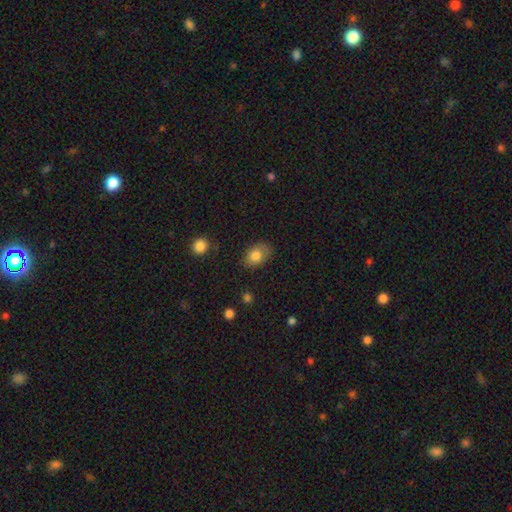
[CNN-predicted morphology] This appears to be a smooth galaxy with no disk features (81%) that is in between round and cigar-shaped (77%). Merging: none (75%).